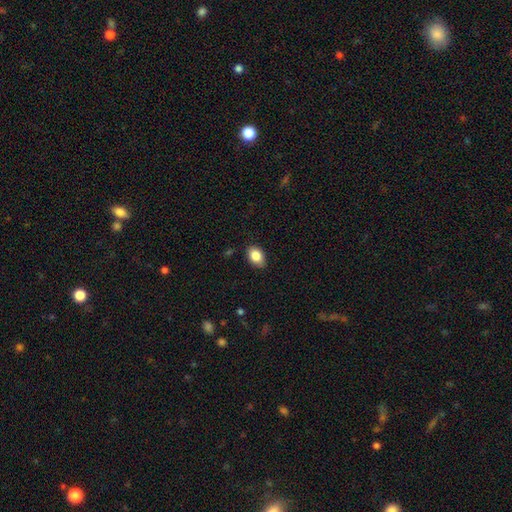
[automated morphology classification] smooth_or_featured: smooth (p=0.85) [alt: star or artifact p=0.08]
how_rounded: in between (p=0.84) [alt: round p=0.15]
merging: none (p=0.83) [alt: minor disturbance p=0.14]